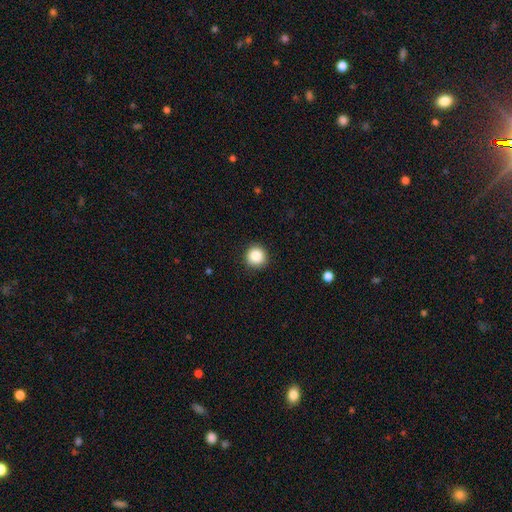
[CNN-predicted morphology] This is clearly a smooth galaxy (87%). How rounded: clearly round (94%). Merging: clearly none (91%).